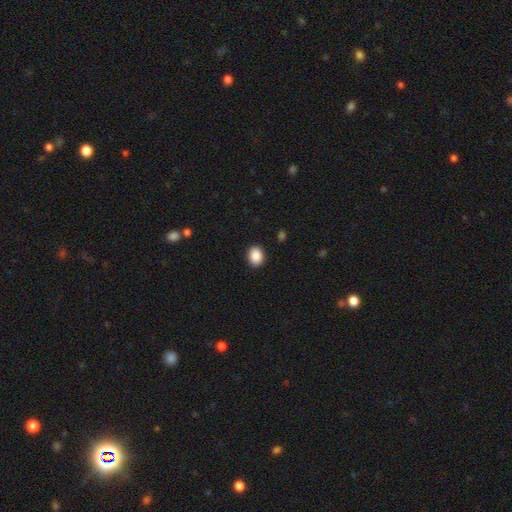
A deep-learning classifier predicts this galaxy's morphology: This appears to be a smooth galaxy with no disk features (89%) that is in between round and cigar-shaped (59%). Merging: none (90%).